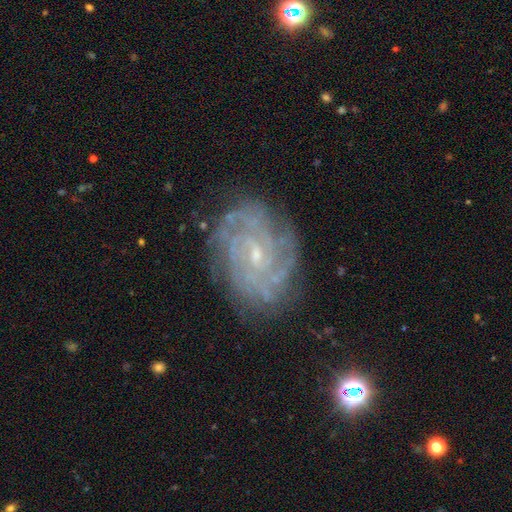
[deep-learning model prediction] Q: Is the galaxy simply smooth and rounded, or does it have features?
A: featured or disk — 85%.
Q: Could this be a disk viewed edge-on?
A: no — 97%.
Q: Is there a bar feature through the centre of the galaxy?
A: no — 53%.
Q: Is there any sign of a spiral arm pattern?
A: yes — 96%.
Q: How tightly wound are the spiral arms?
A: tight — 70%.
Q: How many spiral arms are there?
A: can't tell — 34%.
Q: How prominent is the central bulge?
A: small — 78%.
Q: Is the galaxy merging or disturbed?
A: none — 79%.